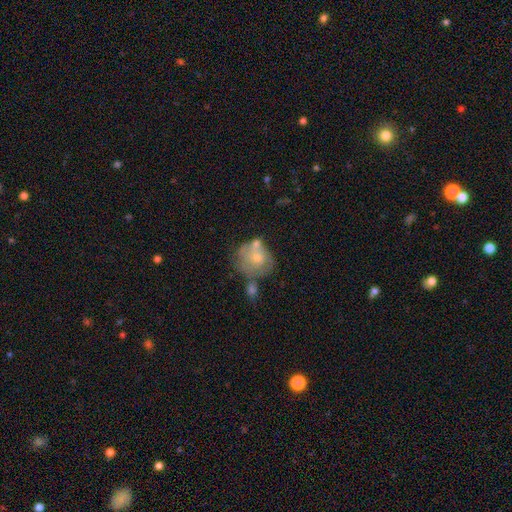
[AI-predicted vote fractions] Smooth or featured?
  - smooth: 48% *
  - featured or disk: 44%
  - star or artifact: 8%
Merging?
  - none: 36% *
  - merger: 28%
  - minor disturbance: 22%
  - major disturbance: 14%